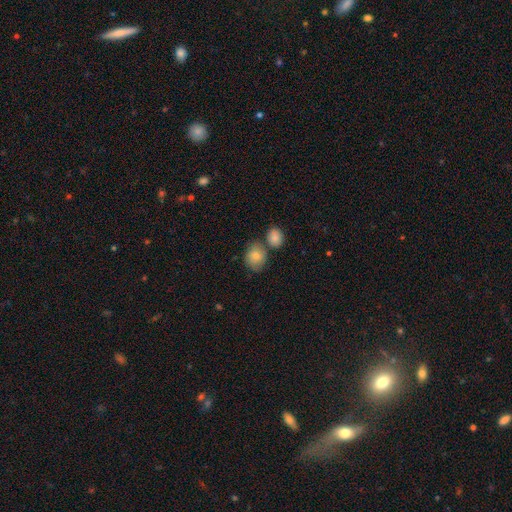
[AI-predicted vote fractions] Overall: smooth (74%). How rounded: round (63%; in between 35%). Merging: none (57%; merger 25%).